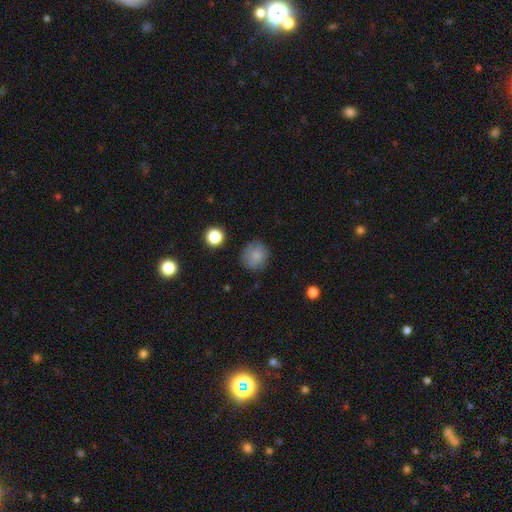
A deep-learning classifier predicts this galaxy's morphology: The model was most divided on "merging": none: 75%, minor disturbance: 17%, major disturbance: 5%, merger: 2%. More confident: how rounded — round (86%); smooth or featured — smooth (79%).